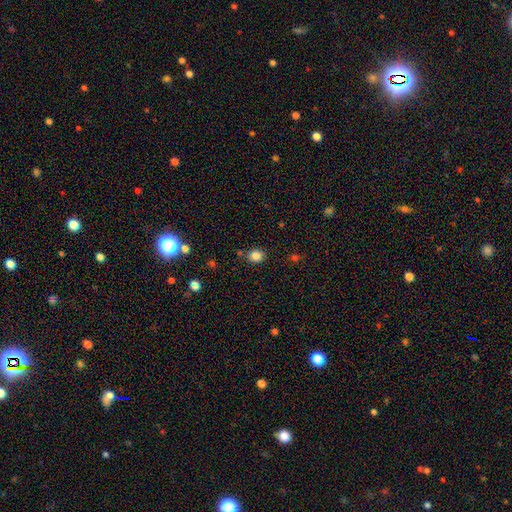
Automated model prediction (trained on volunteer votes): This appears to be a smooth galaxy with no disk features (83%) that is round (63%). Merging: none (79%).